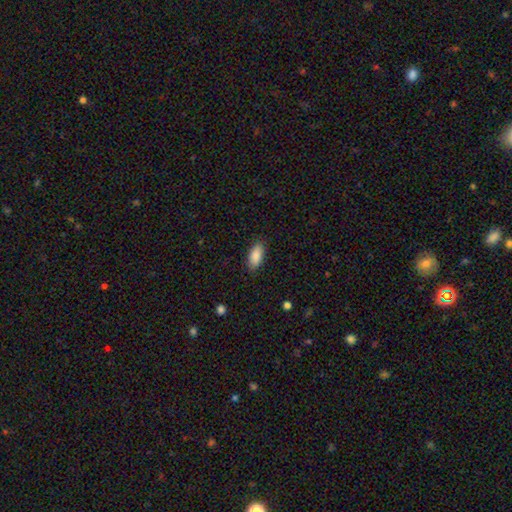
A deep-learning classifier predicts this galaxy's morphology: A smooth galaxy with no disk features (88%) that is in between round and cigar-shaped (88%). Merging: none (86%).